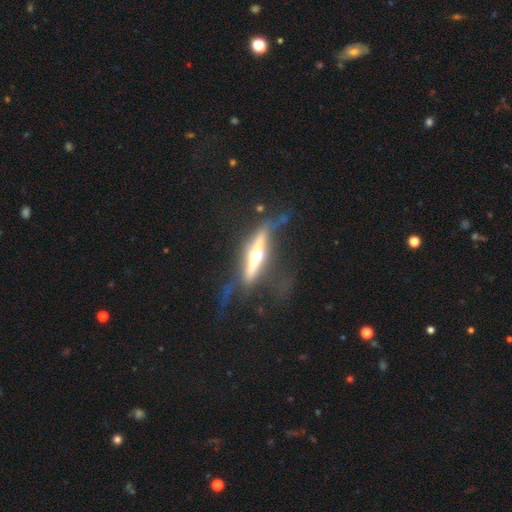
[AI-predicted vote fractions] This appears to be a featured or disk galaxy (79%) viewed edge-on (83%) with a rounded central bulge (92%). Merging: none (49%).